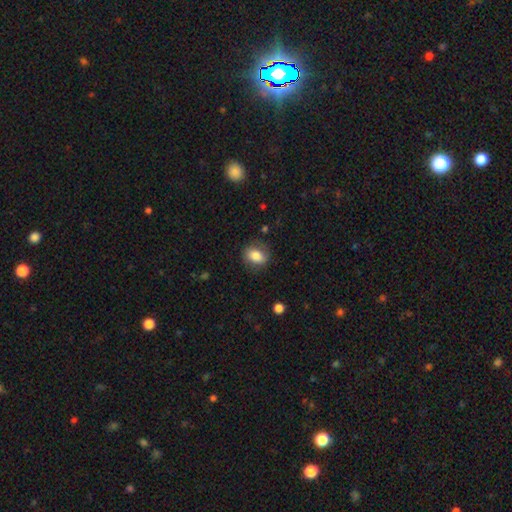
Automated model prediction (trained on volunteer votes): Q: Smooth or featured?
A: smooth (79%); runner-up: featured or disk (13%)
Q: How rounded?
A: in between (61%); runner-up: round (38%)
Q: Merging?
A: none (76%); runner-up: minor disturbance (16%)